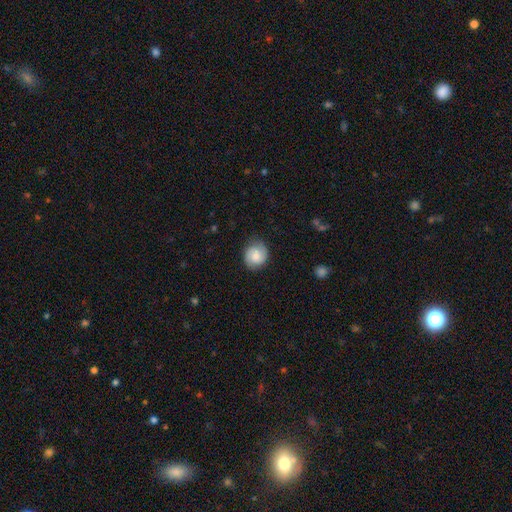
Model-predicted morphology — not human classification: smooth_or_featured: smooth (p=0.59) [alt: featured or disk p=0.33]
how_rounded: round (p=0.80) [alt: in between p=0.20]
merging: none (p=0.80) [alt: minor disturbance p=0.15]